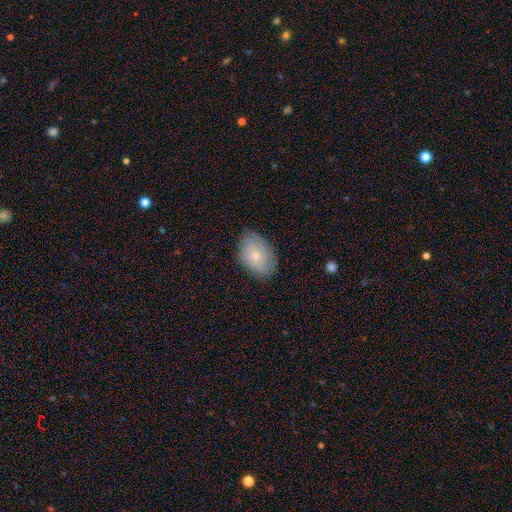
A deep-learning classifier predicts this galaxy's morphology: The model was most divided on "smooth or featured": smooth: 67%, featured or disk: 26%, star or artifact: 7%. More confident: how rounded — in between (86%); merging — none (78%).